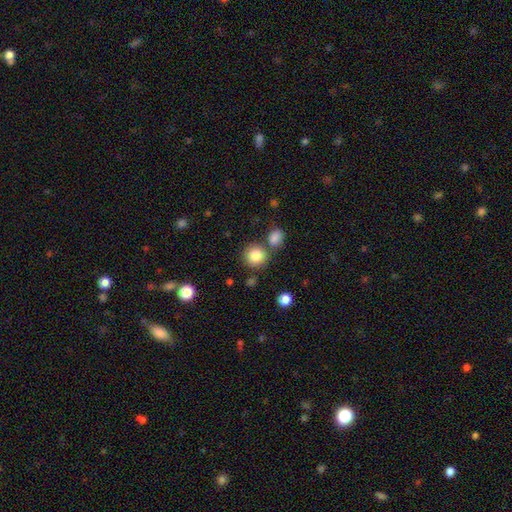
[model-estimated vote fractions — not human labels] A smooth galaxy with no disk features (84%) that is round (90%). Merging: none (74%).